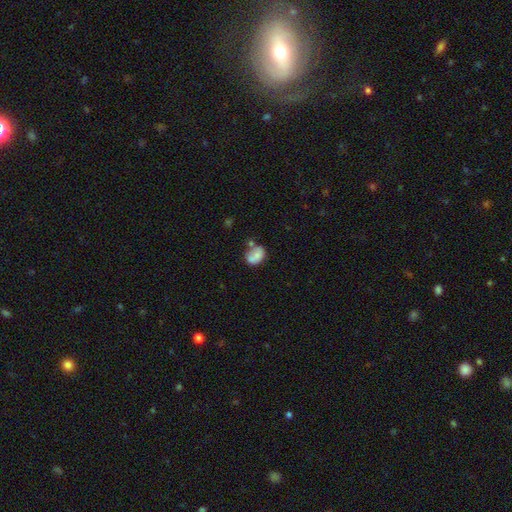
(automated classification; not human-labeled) A smooth galaxy with no disk features (70%) that is in between round and cigar-shaped (70%). Merging: none (38%).